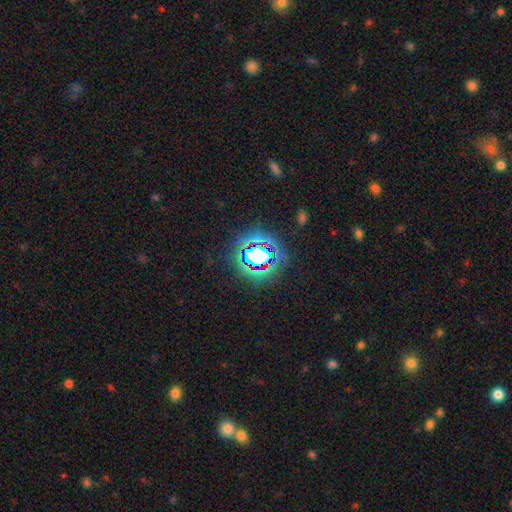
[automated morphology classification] This is likely a star or artifact rather than a galaxy (68%).